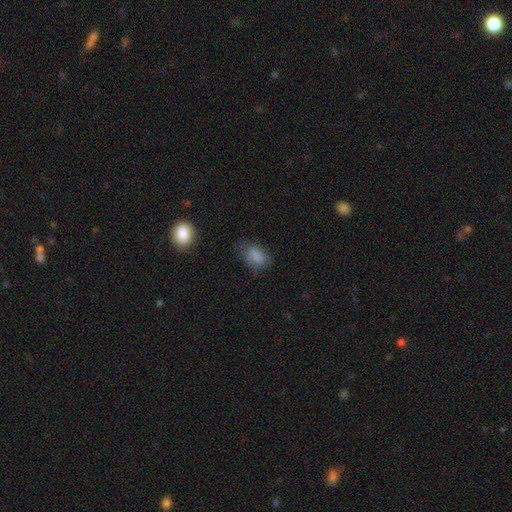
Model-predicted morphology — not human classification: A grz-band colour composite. It shows a smooth galaxy with no disk features (81%) that is in between round and cigar-shaped (82%). Merging: none (62%).